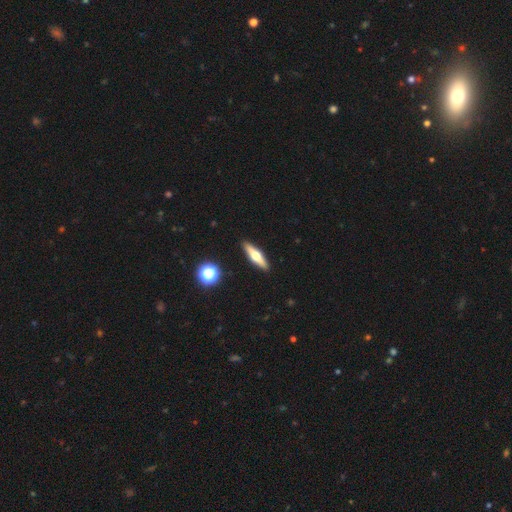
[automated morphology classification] A featured or disk galaxy (50%) viewed edge-on (91%). Merging: none (91%).